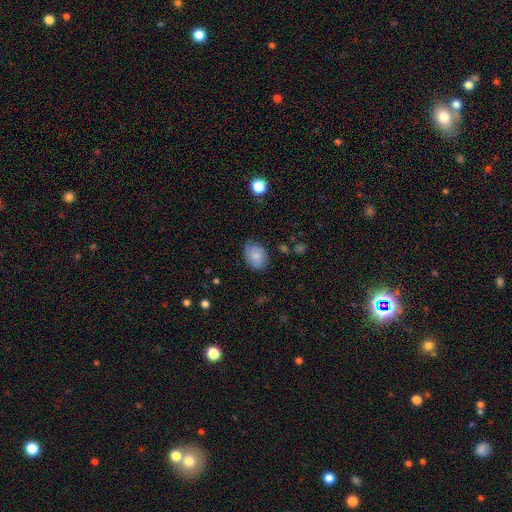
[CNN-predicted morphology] This appears to be a smooth galaxy with no disk features (76%) that is in between round and cigar-shaped (64%). Merging: none (71%).